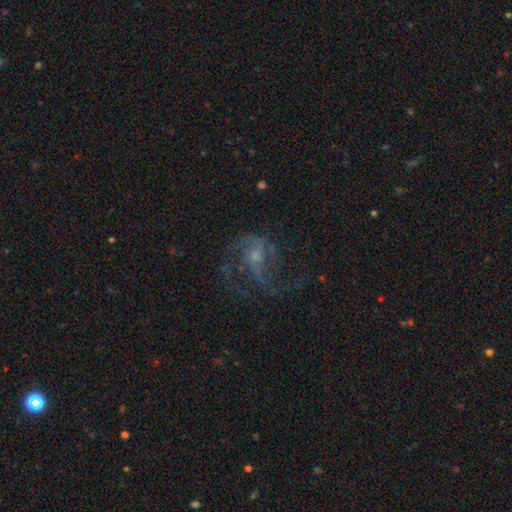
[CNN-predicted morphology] Q: Smooth or featured?
A: featured or disk (79%); runner-up: star or artifact (11%)
Q: Edge-on disk?
A: no (98%); runner-up: yes (2%)
Q: Bar?
A: no (56%); runner-up: weak (36%)
Q: Spiral arms?
A: yes (89%); runner-up: no (11%)
Q: Spiral winding?
A: loose (46%); runner-up: medium (43%)
Q: Spiral arm count?
A: 2 (36%); runner-up: 3 (27%)
Q: Bulge size?
A: small (59%); runner-up: moderate (25%)
Q: Merging?
A: none (49%); runner-up: major disturbance (33%)